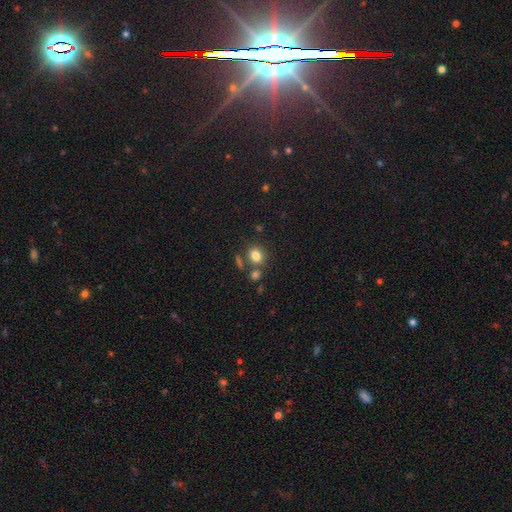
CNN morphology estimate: Overall: smooth (80%). How rounded: round (57%; in between 41%). Merging: none (68%).